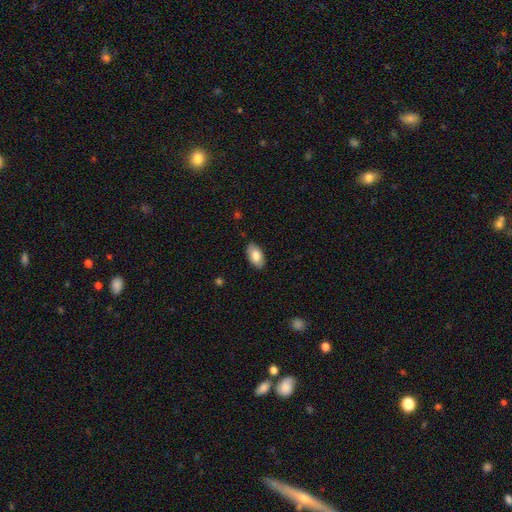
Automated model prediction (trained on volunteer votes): Smooth or featured: smooth — 81% (featured or disk — 13%)
How rounded: in between — 95% (round — 4%)
Merging: none — 86% (minor disturbance — 11%)